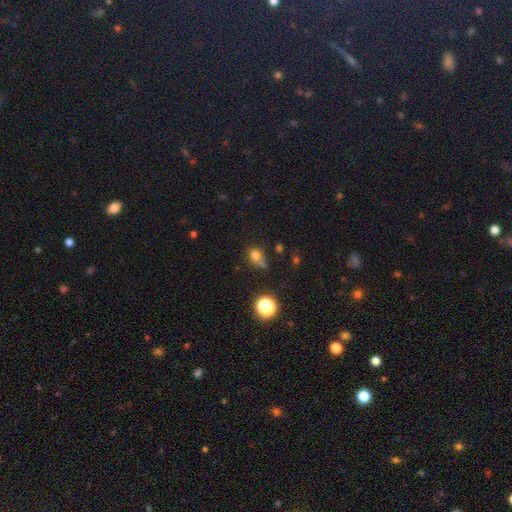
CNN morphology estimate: Smooth or featured?
  - smooth: 72% *
  - star or artifact: 18%
  - featured or disk: 10%
How rounded?
  - round: 65% *
  - in between: 32%
  - cigar-shaped: 2%
Merging?
  - none: 46% *
  - minor disturbance: 24%
  - merger: 17%
  - major disturbance: 13%